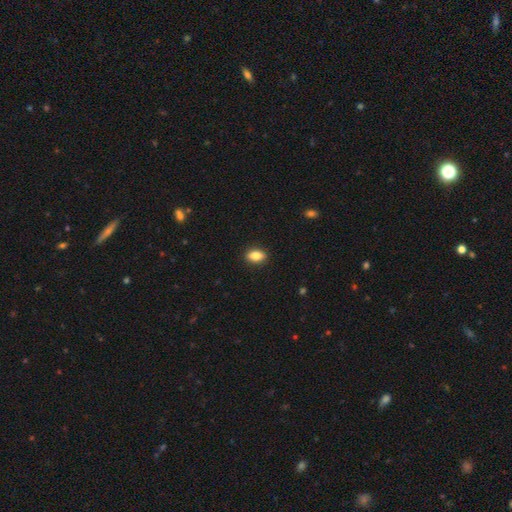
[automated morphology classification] The model was most divided on "how rounded": in between: 85%, round: 10%, cigar-shaped: 5%. More confident: merging — none (90%); smooth or featured — smooth (85%).